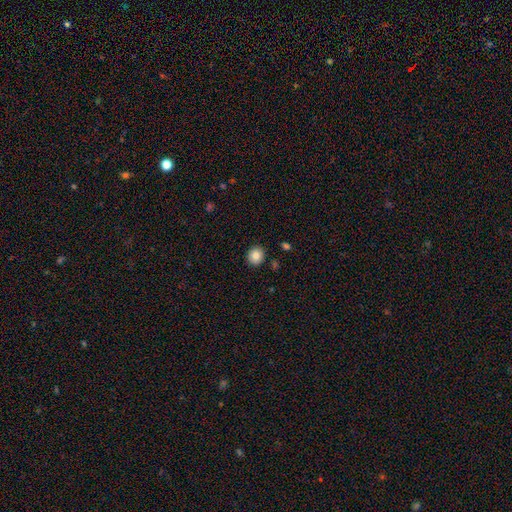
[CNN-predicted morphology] Smooth or featured? Predicted: smooth (p=0.85). How rounded? Predicted: round (p=0.84). Merging? Predicted: none (p=0.89).